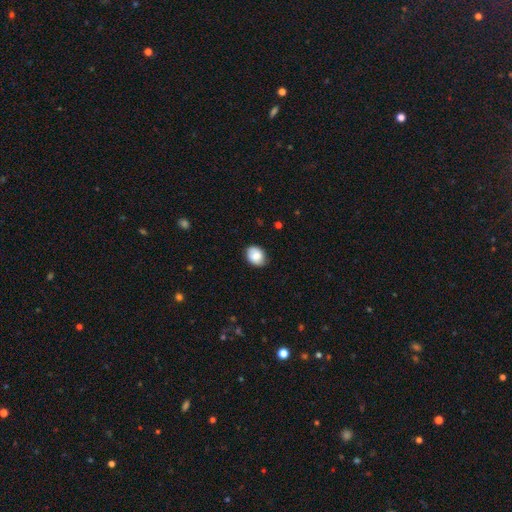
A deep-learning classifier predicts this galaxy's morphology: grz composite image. It shows a smooth galaxy with no disk features (81%) that is in between round and cigar-shaped (61%). Merging: none (79%).